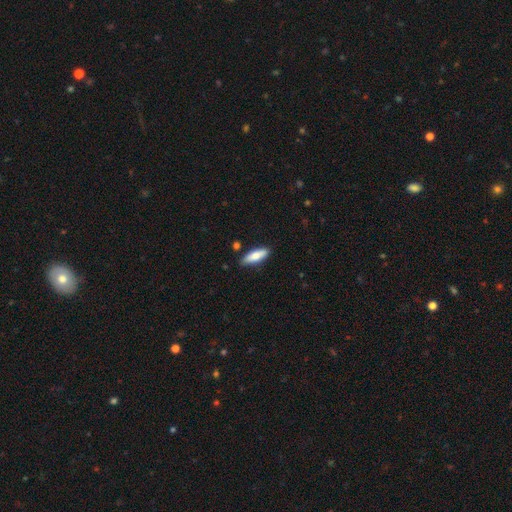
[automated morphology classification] Smooth or featured? Predicted: smooth (p=0.73). How rounded? Predicted: in between (p=0.57). Merging? Predicted: none (p=0.83).